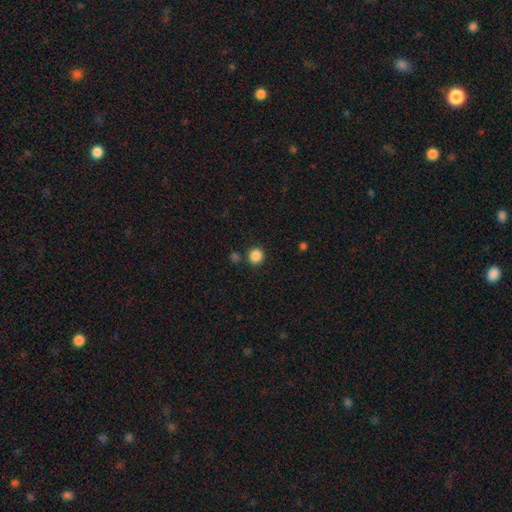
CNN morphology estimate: smooth_or_featured: smooth (p=0.86) [alt: star or artifact p=0.10]
how_rounded: round (p=0.90) [alt: in between p=0.09]
merging: none (p=0.85) [alt: minor disturbance p=0.07]